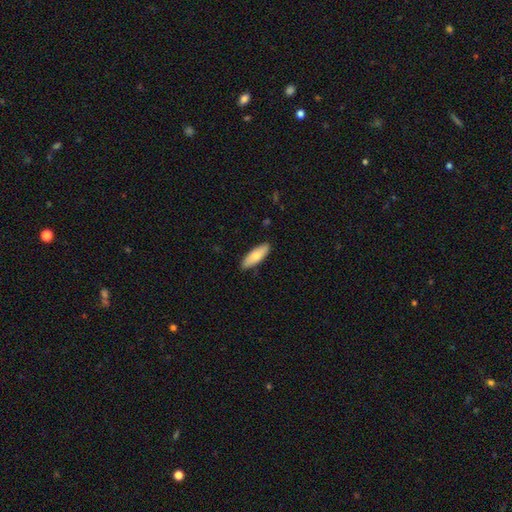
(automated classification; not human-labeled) Smooth or featured: smooth — 77% (featured or disk — 18%)
How rounded: in between — 60% (cigar-shaped — 38%)
Merging: none — 88% (minor disturbance — 9%)